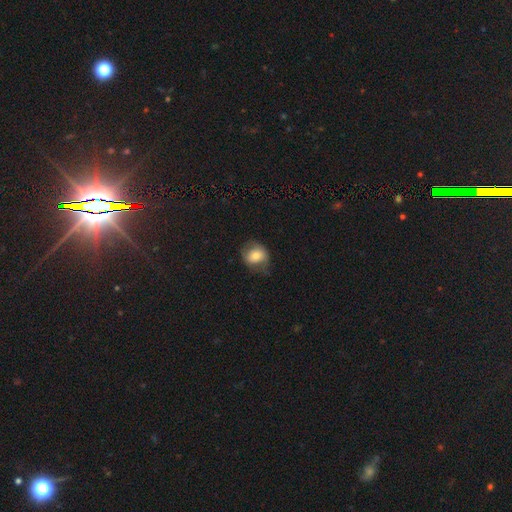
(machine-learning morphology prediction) Smooth or featured? Predicted: smooth (p=0.69). How rounded? Predicted: round (p=0.54). Merging? Predicted: none (p=0.57).